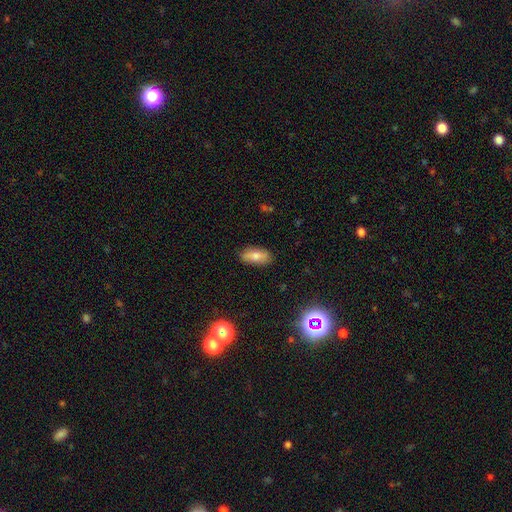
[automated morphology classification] This is likely a smooth galaxy (74%). How rounded: clearly in between (84%). Merging: clearly none (83%).